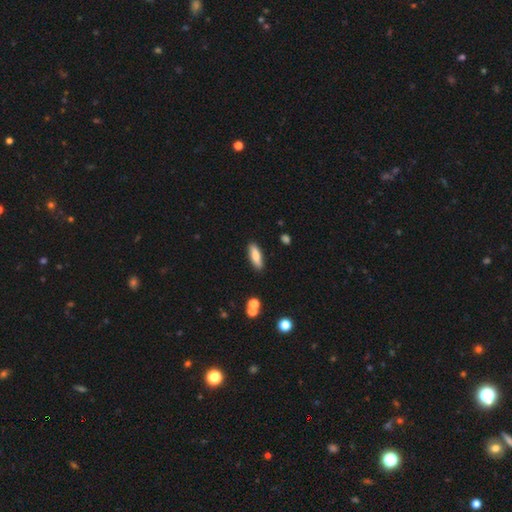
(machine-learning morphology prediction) type=smooth (76%); roundness=in between (51%); merging=none (87%).